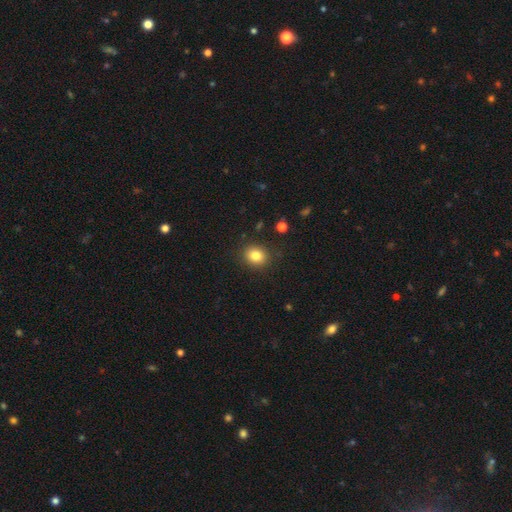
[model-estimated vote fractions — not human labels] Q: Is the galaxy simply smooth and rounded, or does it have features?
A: smooth — 82%.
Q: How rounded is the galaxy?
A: round — 68%.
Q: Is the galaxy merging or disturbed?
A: none — 88%.